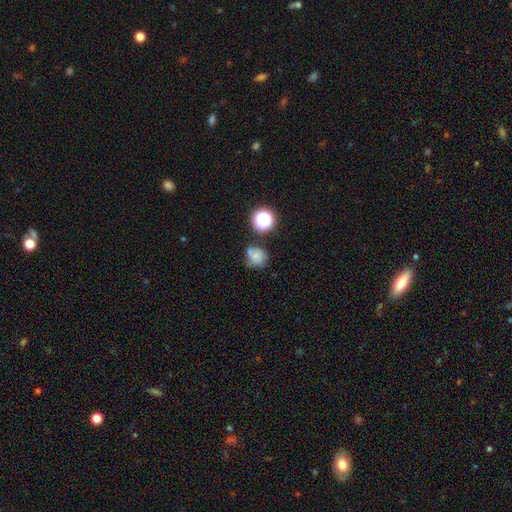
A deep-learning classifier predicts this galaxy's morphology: A smooth galaxy with no disk features (70%) that is round (83%).

Vote fractions:
- Smooth or featured? smooth: 70% / star or artifact: 17% / featured or disk: 14%
- How rounded? round: 83% / in between: 16% / cigar-shaped: 1%
- Merging? none: 55% / merger: 21% / minor disturbance: 17% / major disturbance: 6%